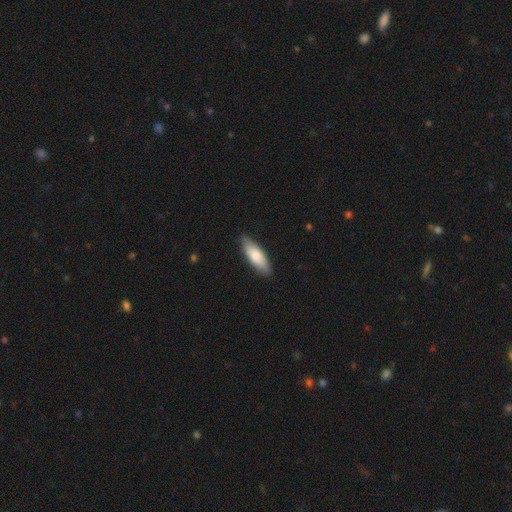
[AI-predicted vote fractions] This appears to be a smooth galaxy with no disk features (78%) that is in between round and cigar-shaped (58%). Merging: none (86%).